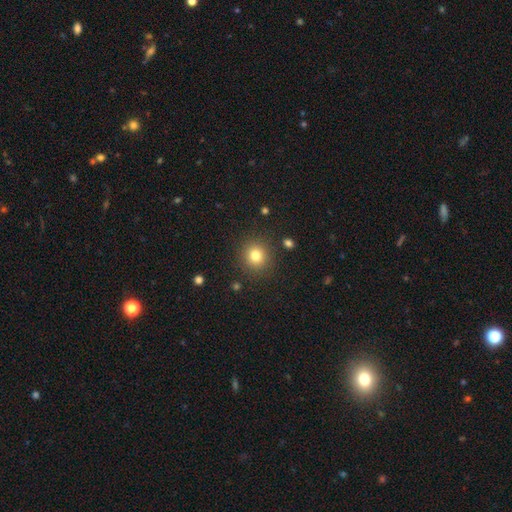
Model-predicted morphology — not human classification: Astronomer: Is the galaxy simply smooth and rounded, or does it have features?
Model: smooth — 80%.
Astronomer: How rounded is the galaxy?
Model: round — 91%.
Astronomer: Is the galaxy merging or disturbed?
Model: none — 88%.